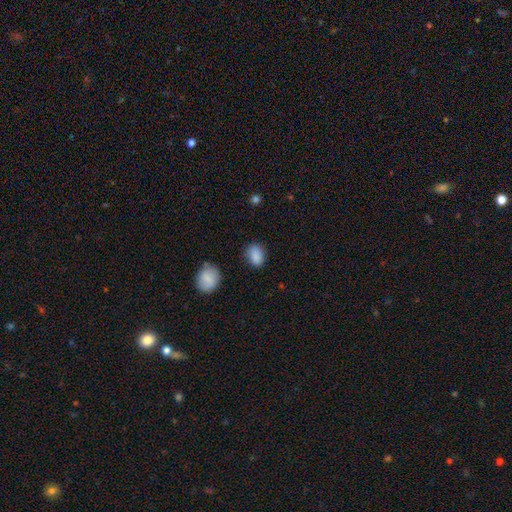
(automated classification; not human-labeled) A smooth galaxy with no disk features (87%) that is in between round and cigar-shaped (79%). Merging: none (78%).